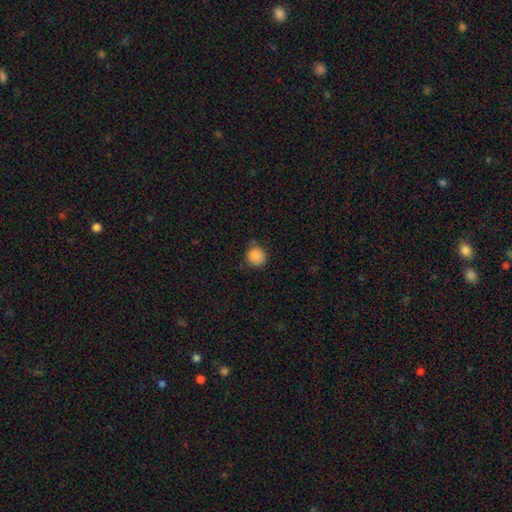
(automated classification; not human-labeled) Q: Smooth or featured?
A: smooth (87%); runner-up: star or artifact (10%)
Q: How rounded?
A: round (87%); runner-up: in between (12%)
Q: Merging?
A: none (77%); runner-up: minor disturbance (17%)